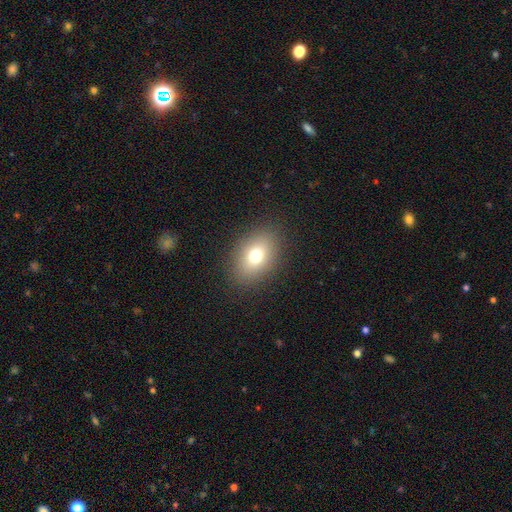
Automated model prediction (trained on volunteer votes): smooth-or-featured: smooth: 74% | featured or disk: 14% | star or artifact: 13%
  how-rounded: in between: 76% | round: 22% | cigar-shaped: 1%
  merging: none: 87% | minor disturbance: 8% | major disturbance: 3% | merger: 1%